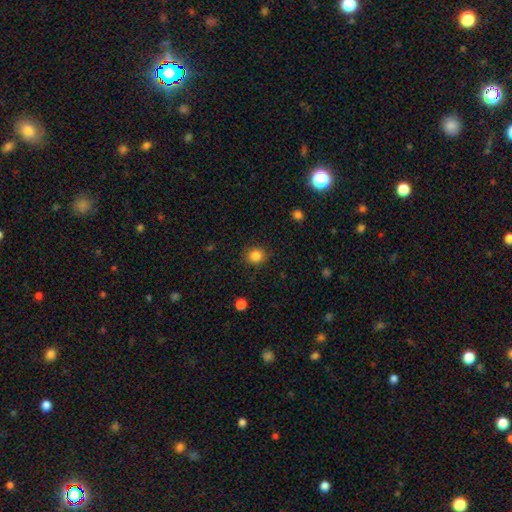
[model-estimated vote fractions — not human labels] Smooth or featured? Predicted: smooth (p=0.85). How rounded? Predicted: round (p=0.84). Merging? Predicted: none (p=0.88).